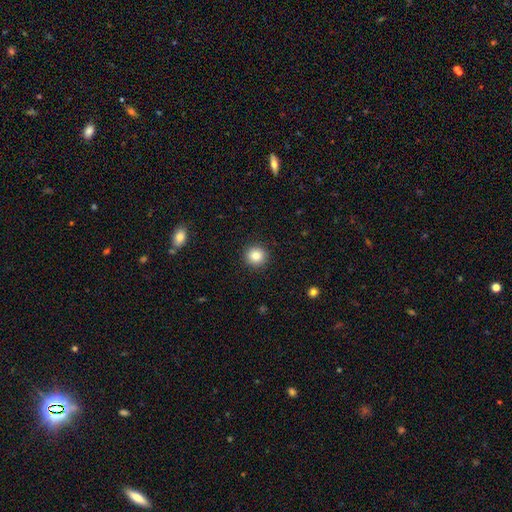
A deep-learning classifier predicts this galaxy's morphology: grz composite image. It shows a smooth galaxy with no disk features (84%) that is round (94%). Merging: none (92%).